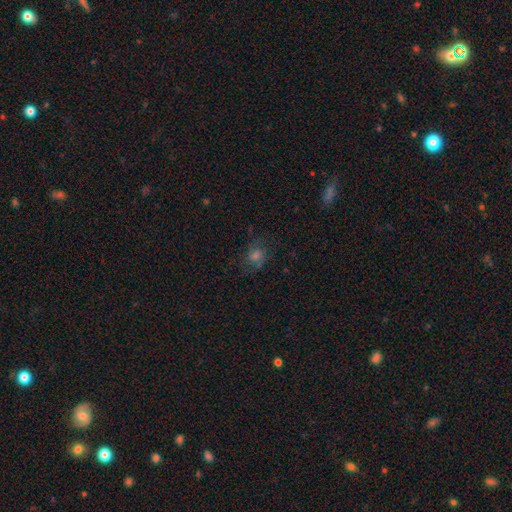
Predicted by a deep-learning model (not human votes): smooth 41%, featured or disk 33%, star or artifact 26%. Down the decision tree: merging — none (69%).